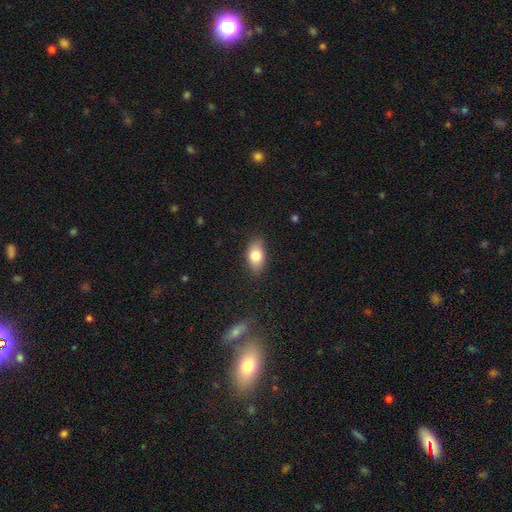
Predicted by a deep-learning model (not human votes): This is likely a smooth galaxy (79%). How rounded: clearly in between (89%). Merging: clearly none (81%).